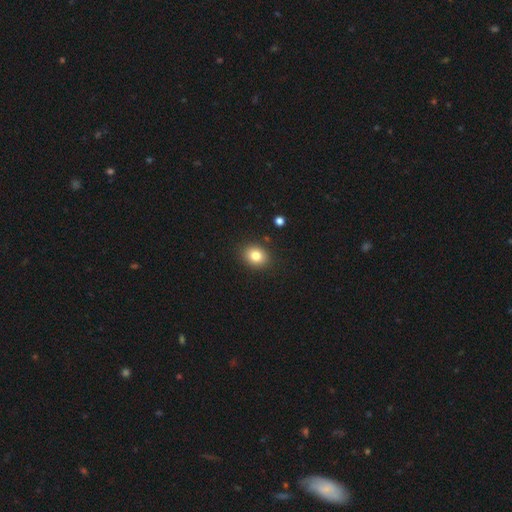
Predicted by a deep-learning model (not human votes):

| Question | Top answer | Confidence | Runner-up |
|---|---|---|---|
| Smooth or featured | smooth | 82% | star or artifact (10%) |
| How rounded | round | 54% | in between (45%) |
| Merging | none | 89% | minor disturbance (8%) |